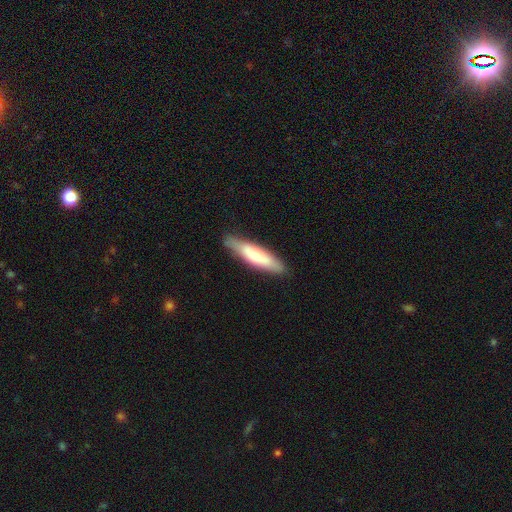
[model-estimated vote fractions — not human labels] This is likely a smooth galaxy (66%). How rounded: likely cigar-shaped (73%). Merging: likely none (80%).